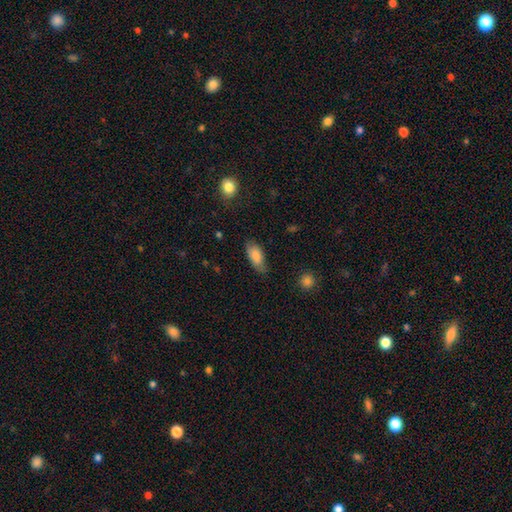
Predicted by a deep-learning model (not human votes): smooth 83%, featured or disk 11%, star or artifact 7%. Down the decision tree: how rounded — in between (87%); merging — none (69%).